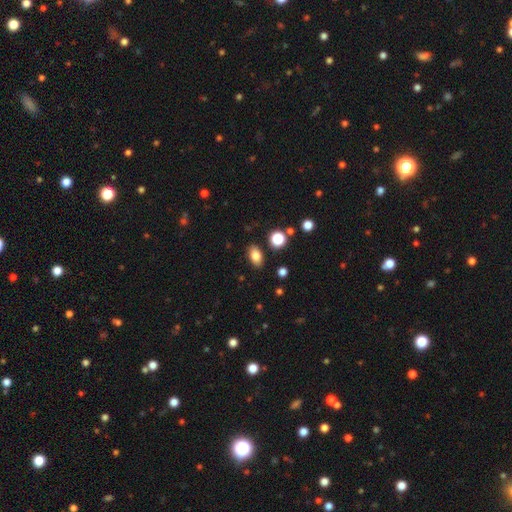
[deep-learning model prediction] smooth-or-featured: smooth: 81% | star or artifact: 11% | featured or disk: 8%
  how-rounded: in between: 86% | round: 11% | cigar-shaped: 2%
  merging: none: 86% | minor disturbance: 9% | merger: 2% | major disturbance: 2%